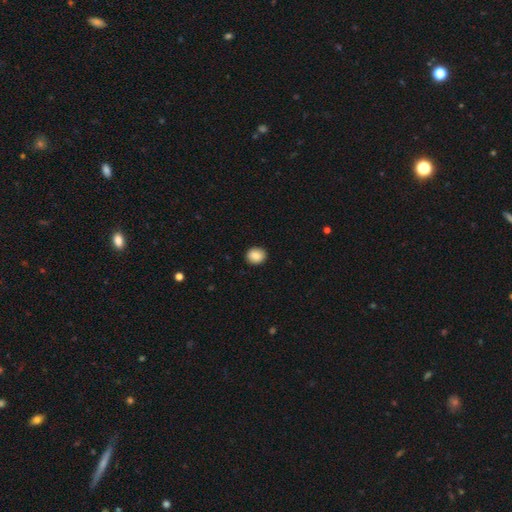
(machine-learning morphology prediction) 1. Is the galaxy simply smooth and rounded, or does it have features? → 87% smooth, 8% star or artifact, 5% featured or disk.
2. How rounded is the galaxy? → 72% round, 27% in between, 1% cigar-shaped.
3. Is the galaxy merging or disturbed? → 91% none, 6% minor disturbance, 2% major disturbance, 1% merger.